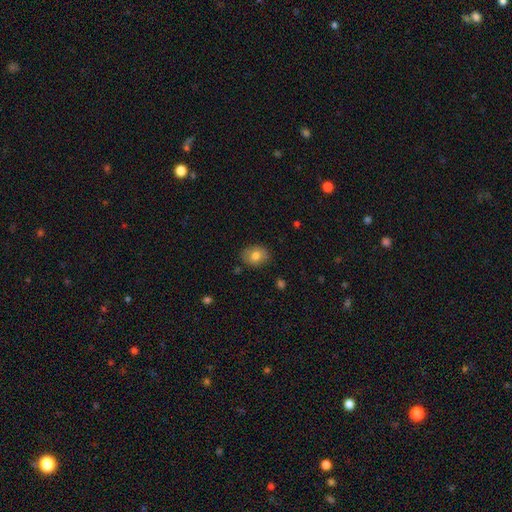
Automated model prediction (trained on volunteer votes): Smooth or featured?
  - smooth: 77% *
  - featured or disk: 14%
  - star or artifact: 8%
How rounded?
  - in between: 59% *
  - round: 40%
  - cigar-shaped: 1%
Merging?
  - none: 84% *
  - minor disturbance: 12%
  - major disturbance: 2%
  - merger: 1%